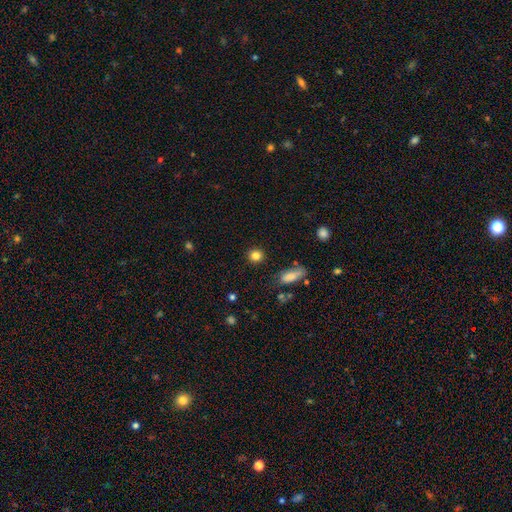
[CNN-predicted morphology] smooth-or-featured: smooth: 84% | star or artifact: 11% | featured or disk: 5%
  how-rounded: round: 87% | in between: 12% | cigar-shaped: 2%
  merging: none: 89% | minor disturbance: 7% | major disturbance: 2% | merger: 2%